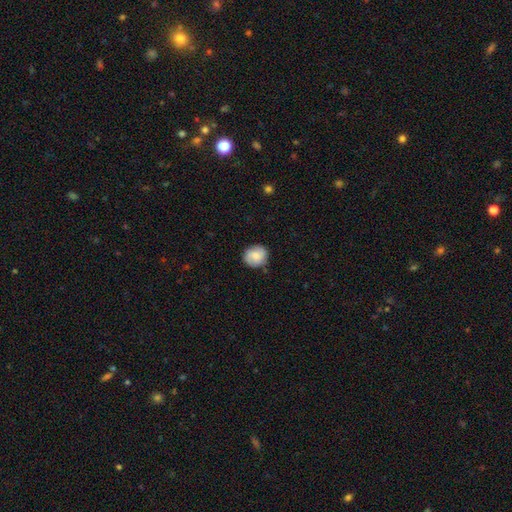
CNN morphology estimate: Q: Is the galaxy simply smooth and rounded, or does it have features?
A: smooth — 74%.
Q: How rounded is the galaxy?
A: round — 82%.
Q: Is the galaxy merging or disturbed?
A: none — 84%.